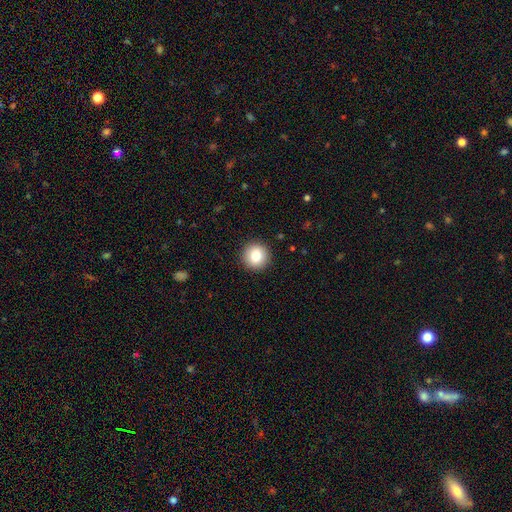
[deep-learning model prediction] smooth_or_featured: smooth (p=0.82) [alt: star or artifact p=0.09]
how_rounded: round (p=0.94) [alt: in between p=0.05]
merging: none (p=0.92) [alt: minor disturbance p=0.05]